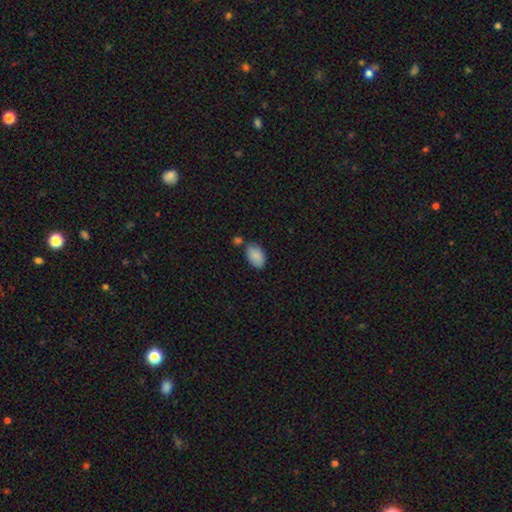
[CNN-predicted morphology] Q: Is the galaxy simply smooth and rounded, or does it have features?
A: smooth — 88%.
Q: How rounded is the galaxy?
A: in between — 92%.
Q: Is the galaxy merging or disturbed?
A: none — 63%.